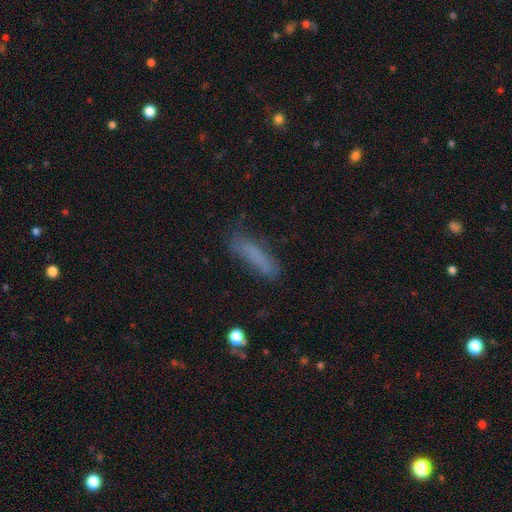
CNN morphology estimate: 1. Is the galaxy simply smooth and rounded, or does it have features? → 70% smooth, 17% featured or disk, 13% star or artifact.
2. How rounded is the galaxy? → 75% cigar-shaped, 23% in between, 2% round.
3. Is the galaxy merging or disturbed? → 61% none, 24% minor disturbance, 12% major disturbance, 3% merger.